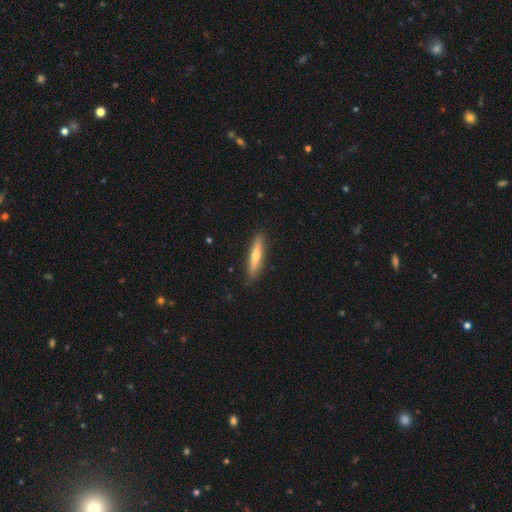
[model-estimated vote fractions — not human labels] Overall: smooth (55%; featured or disk 39%). How rounded: cigar-shaped (88%). Merging: none (90%).